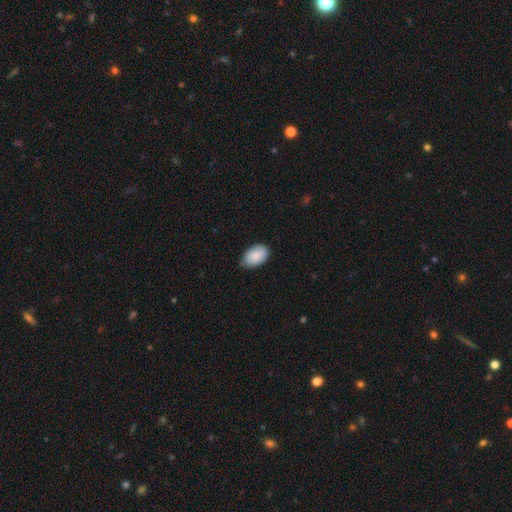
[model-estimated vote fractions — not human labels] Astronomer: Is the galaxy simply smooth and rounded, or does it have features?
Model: smooth — 88%.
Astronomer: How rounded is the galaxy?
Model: in between — 92%.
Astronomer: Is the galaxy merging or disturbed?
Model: none — 72%.